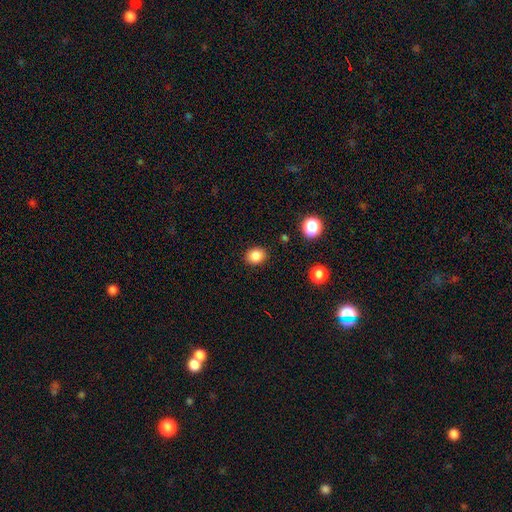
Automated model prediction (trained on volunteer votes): This appears to be a smooth galaxy with no disk features (86%) that is round (58%). Merging: none (88%).